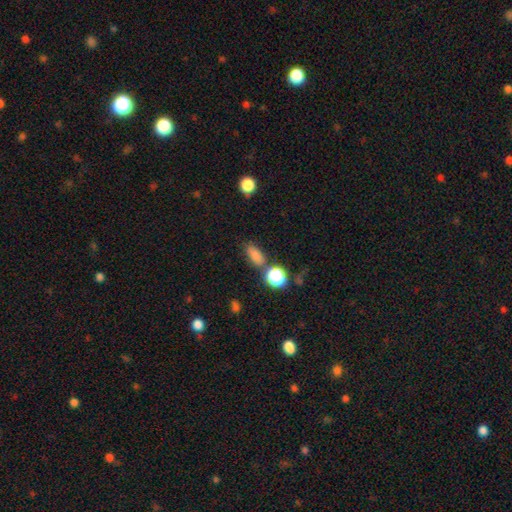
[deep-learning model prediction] Overall: smooth (75%). How rounded: in between (75%). Merging: none (72%).